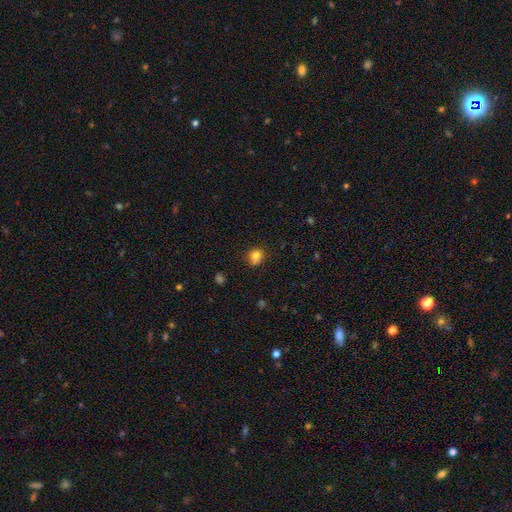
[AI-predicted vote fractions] Morphology: type=smooth (78%); roundness=round (77%); merging=none (61%).